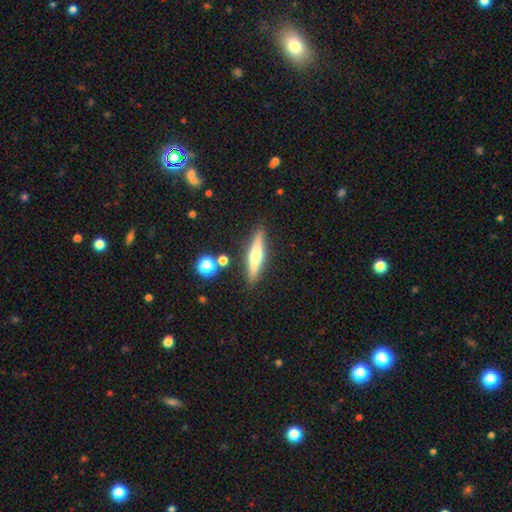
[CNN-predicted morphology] featured or disk 59%, smooth 34%, star or artifact 7%. Down the decision tree: edge-on disk — yes (95%); edge-on bulge — rounded (92%); merging — none (88%).